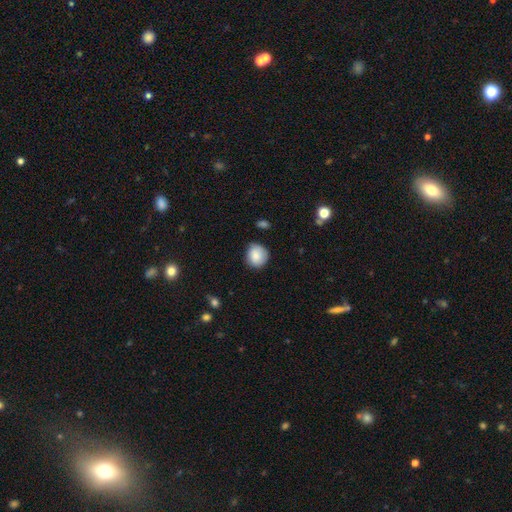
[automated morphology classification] Smooth or featured? smooth (83%)
How rounded? round (85%)
Merging? none (74%)